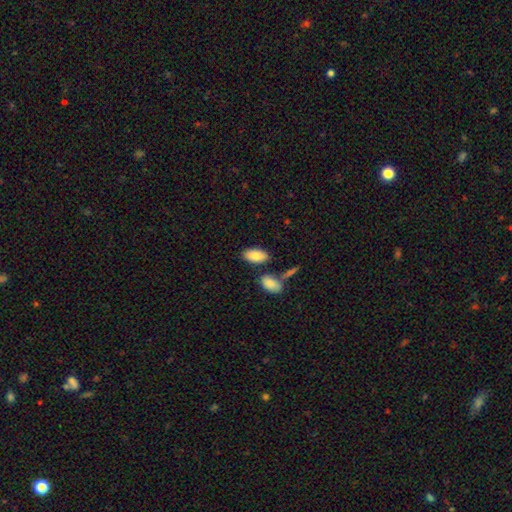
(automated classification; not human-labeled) Morphology: type=smooth (83%); roundness=in between (94%); merging=none (76%).